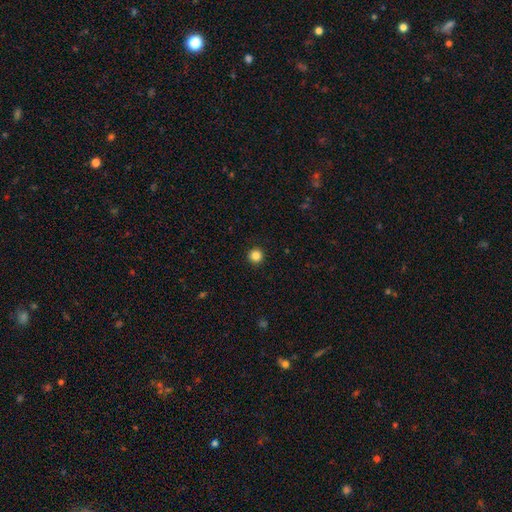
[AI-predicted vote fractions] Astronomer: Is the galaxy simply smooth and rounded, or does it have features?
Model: smooth — 85%.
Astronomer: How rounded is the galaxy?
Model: round — 96%.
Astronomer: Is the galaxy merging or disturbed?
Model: none — 94%.